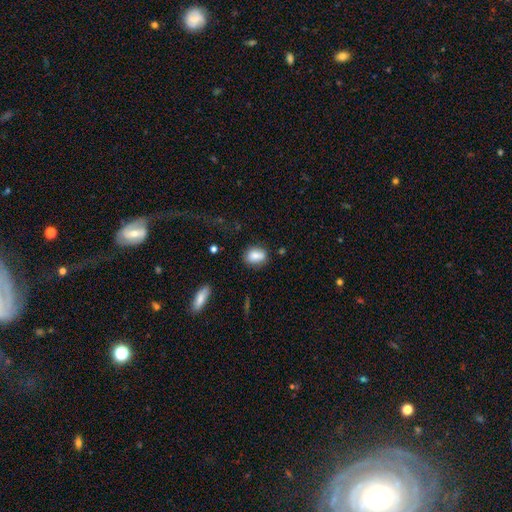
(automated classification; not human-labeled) Morphology: type=smooth (81%); roundness=in between (69%); merging=none (68%).